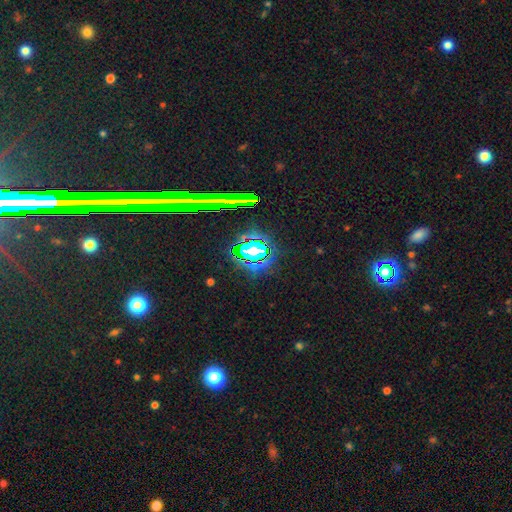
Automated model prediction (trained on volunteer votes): smooth-or-featured: star or artifact: 79% | smooth: 13% | featured or disk: 9%